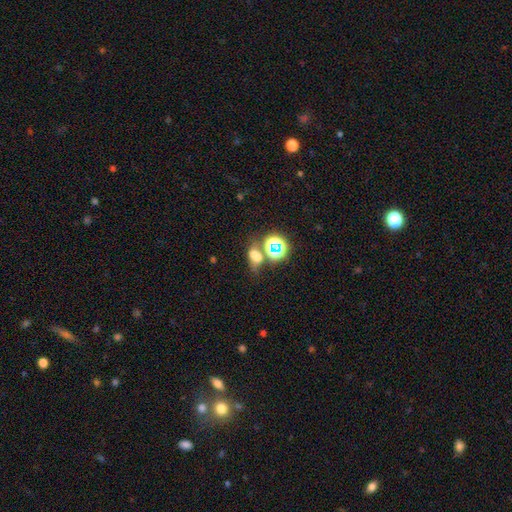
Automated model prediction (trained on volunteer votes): smooth-or-featured: smooth: 56% | star or artifact: 31% | featured or disk: 14%
  how-rounded: in between: 63% | round: 32% | cigar-shaped: 5%
  merging: none: 41% | merger: 31% | minor disturbance: 16% | major disturbance: 12%